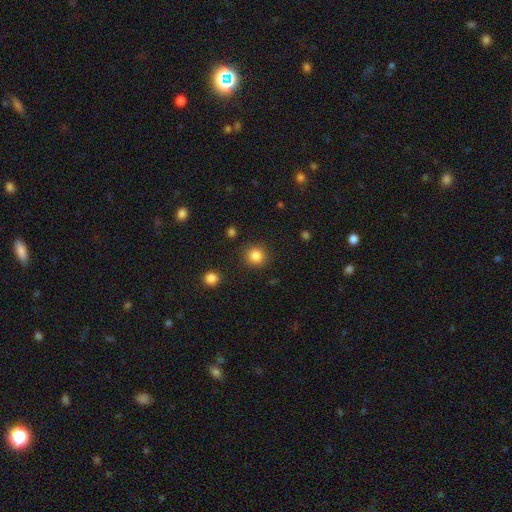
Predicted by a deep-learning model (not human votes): This appears to be a smooth galaxy with no disk features (85%) that is round (92%). Merging: none (88%).